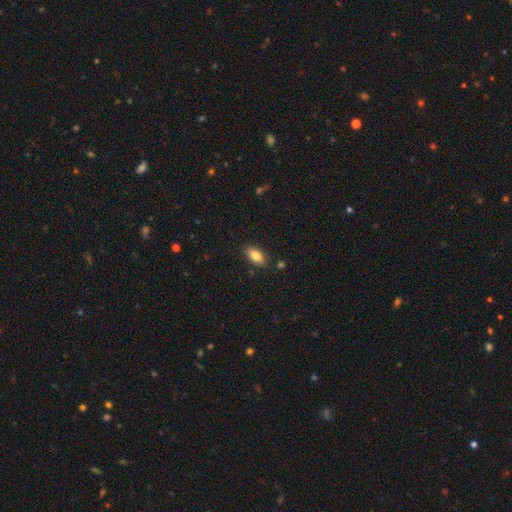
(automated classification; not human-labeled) The model was most divided on "smooth or featured": smooth: 83%, featured or disk: 9%, star or artifact: 8%. More confident: how rounded — in between (91%); merging — none (87%).